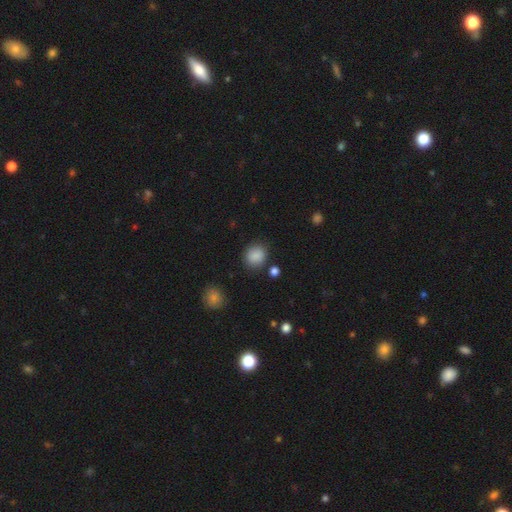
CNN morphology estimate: Overall: smooth (87%). How rounded: round (78%). Merging: none (85%).